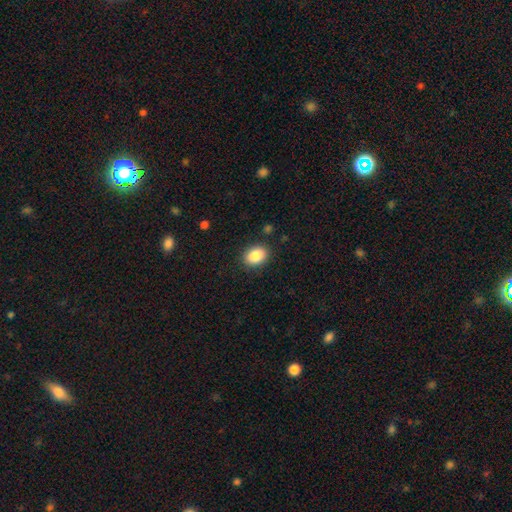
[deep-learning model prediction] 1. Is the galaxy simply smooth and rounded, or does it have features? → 87% smooth, 8% star or artifact, 5% featured or disk.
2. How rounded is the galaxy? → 71% in between, 28% round, 1% cigar-shaped.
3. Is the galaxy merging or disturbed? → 88% none, 9% minor disturbance, 3% major disturbance, 1% merger.